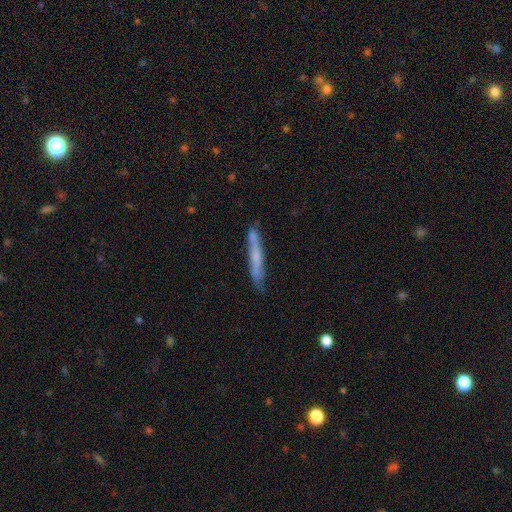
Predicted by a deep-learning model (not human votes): Morphology: type=smooth (49%); merging=none (77%).